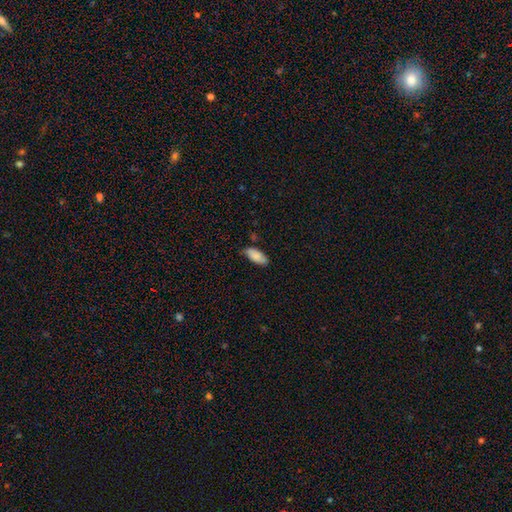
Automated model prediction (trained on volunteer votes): A smooth galaxy with no disk features (86%) that is in between round and cigar-shaped (85%). Merging: none (75%).